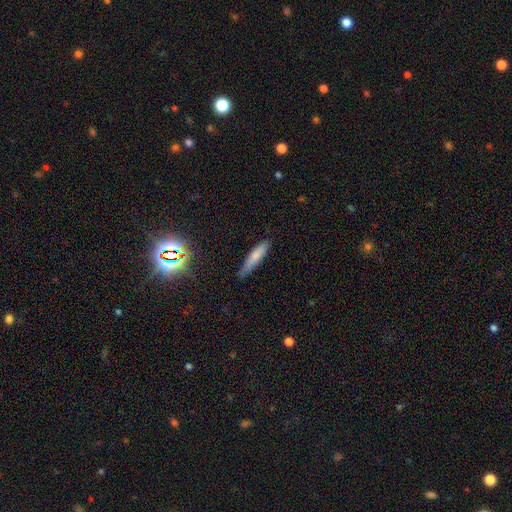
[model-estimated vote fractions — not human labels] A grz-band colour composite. It shows a smooth galaxy with no disk features (74%) that is cigar-shaped (85%). Merging: none (74%).